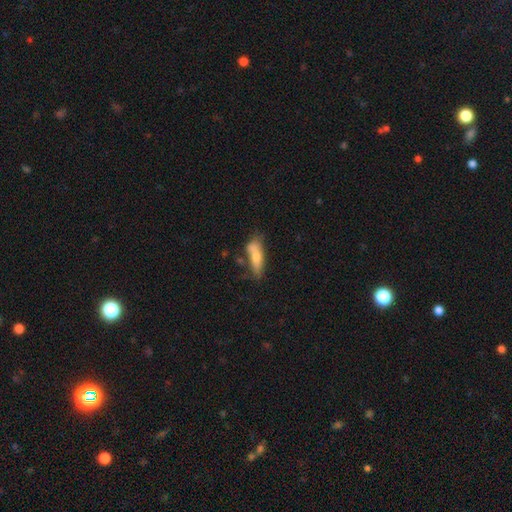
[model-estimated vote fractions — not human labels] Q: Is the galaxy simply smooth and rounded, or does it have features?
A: smooth — 67%.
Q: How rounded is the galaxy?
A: cigar-shaped — 49%, tied with in between.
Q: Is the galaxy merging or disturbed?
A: none — 45%.